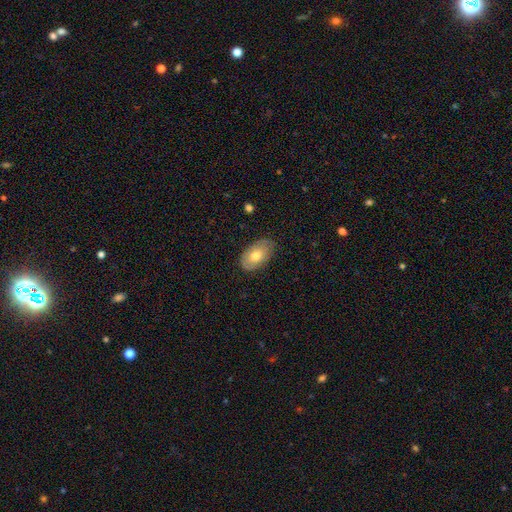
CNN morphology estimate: Smooth or featured? Predicted: smooth (p=0.66). How rounded? Predicted: in between (p=0.93). Merging? Predicted: none (p=0.77).